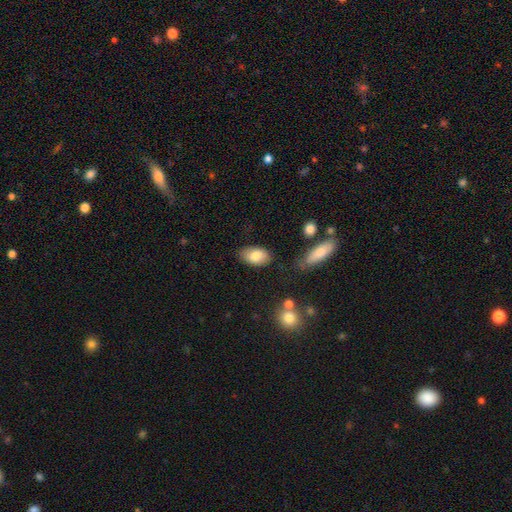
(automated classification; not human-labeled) smooth 81%, featured or disk 12%, star or artifact 7%. Down the decision tree: how rounded — in between (92%); merging — none (78%).